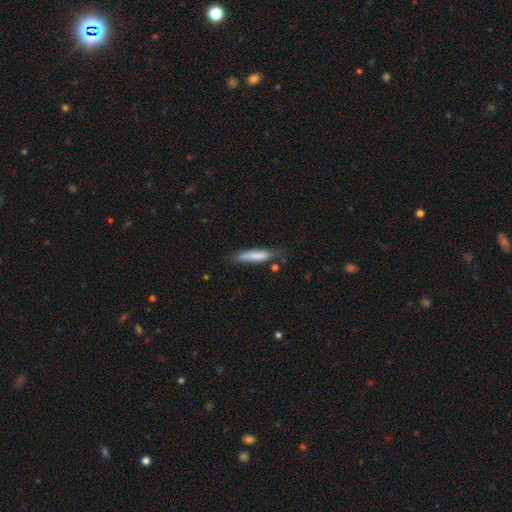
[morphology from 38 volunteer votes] A smooth galaxy with no disk features (84%) that is cigar-shaped (81%). Merging: none (69%).